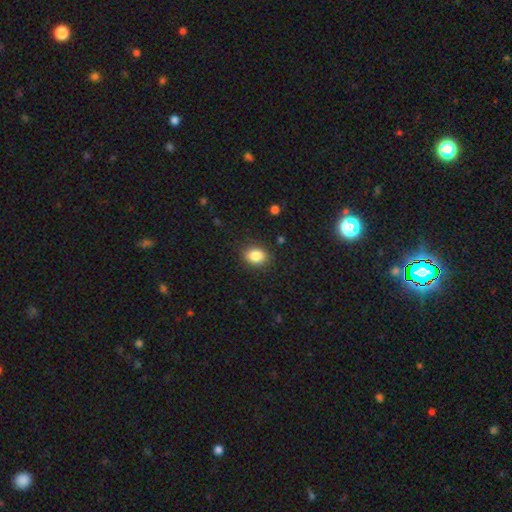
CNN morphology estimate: smooth_or_featured: smooth (p=0.87) [alt: star or artifact p=0.09]
how_rounded: in between (p=0.64) [alt: round p=0.35]
merging: none (p=0.87) [alt: minor disturbance p=0.09]